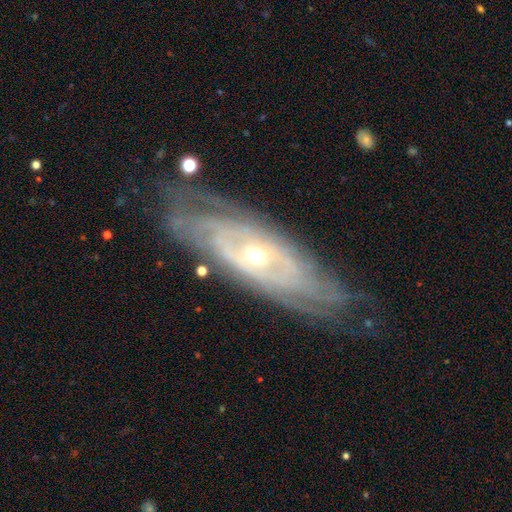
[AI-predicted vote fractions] smooth_or_featured: featured or disk (p=0.86) [alt: smooth p=0.09]
disk_edge_on: no (p=0.83) [alt: yes p=0.17]
bar: no (p=0.66) [alt: weak p=0.24]
has_spiral_arms: yes (p=0.91) [alt: no p=0.09]
spiral_winding: tight (p=0.76) [alt: medium p=0.19]
spiral_arm_count: can't tell (p=0.53) [alt: 2 p=0.18]
bulge_size: small (p=0.60) [alt: moderate p=0.37]
merging: none (p=0.76) [alt: minor disturbance p=0.17]